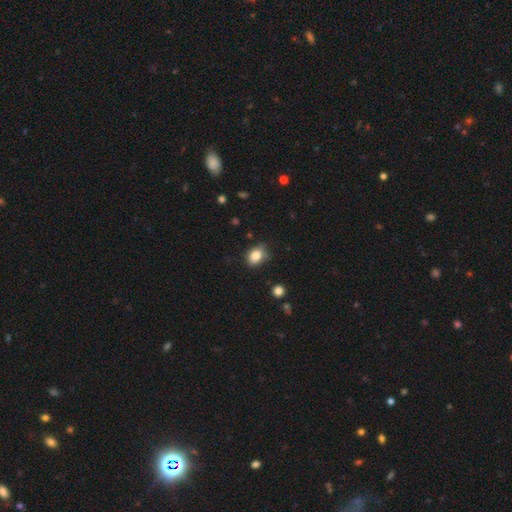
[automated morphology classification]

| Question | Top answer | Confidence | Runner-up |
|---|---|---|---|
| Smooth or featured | smooth | 83% | star or artifact (9%) |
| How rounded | in between | 69% | round (30%) |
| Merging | none | 73% | minor disturbance (21%) |